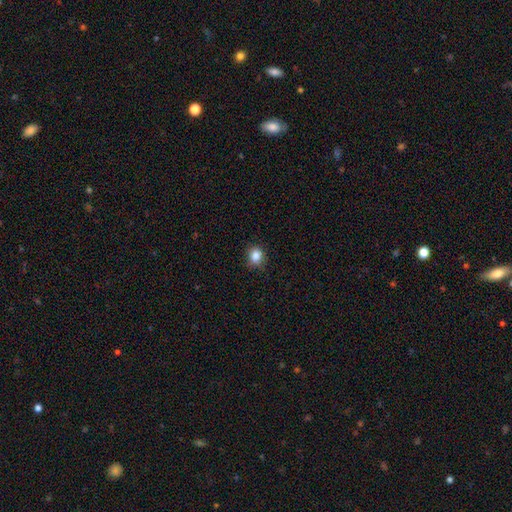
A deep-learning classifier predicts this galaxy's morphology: smooth 85%, star or artifact 11%, featured or disk 4%. Down the decision tree: how rounded — round (71%); merging — none (83%).